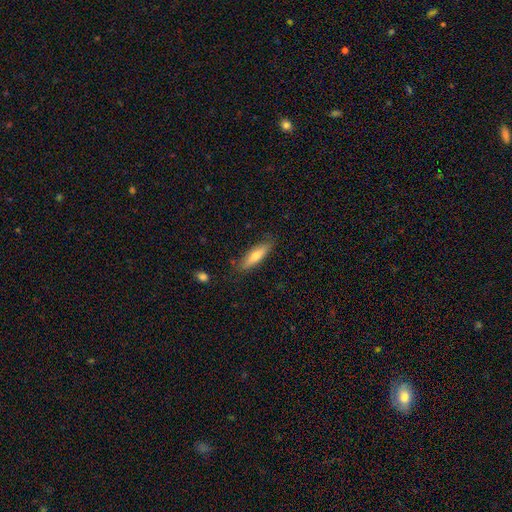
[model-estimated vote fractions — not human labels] Q: Smooth or featured?
A: smooth (62%); runner-up: featured or disk (32%)
Q: How rounded?
A: cigar-shaped (66%); runner-up: in between (32%)
Q: Merging?
A: none (84%); runner-up: minor disturbance (12%)